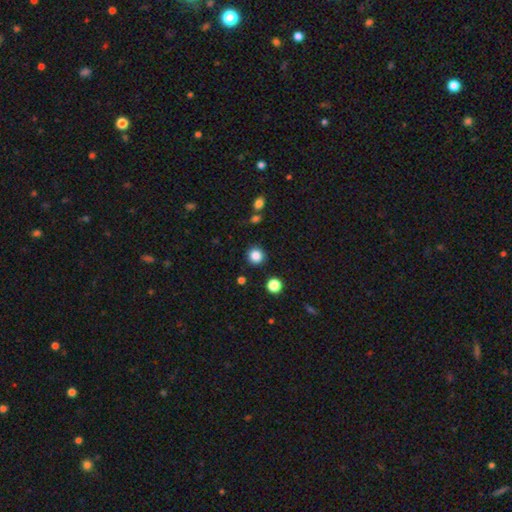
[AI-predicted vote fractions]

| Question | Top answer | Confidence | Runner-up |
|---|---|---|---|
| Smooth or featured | smooth | 85% | star or artifact (11%) |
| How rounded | round | 93% | in between (6%) |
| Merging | none | 89% | minor disturbance (6%) |